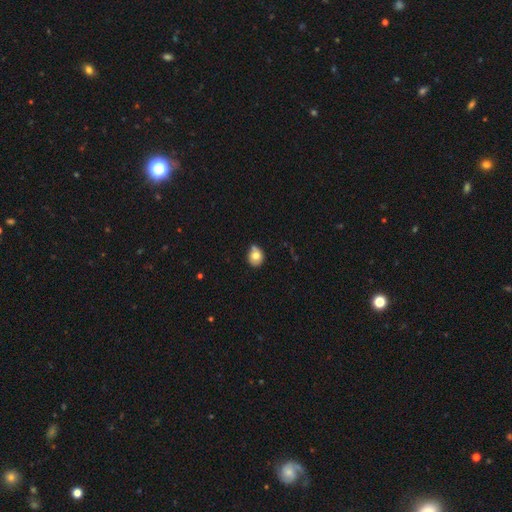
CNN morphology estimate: smooth 76%, featured or disk 14%, star or artifact 10%. Down the decision tree: how rounded — round (63%); merging — none (54%).